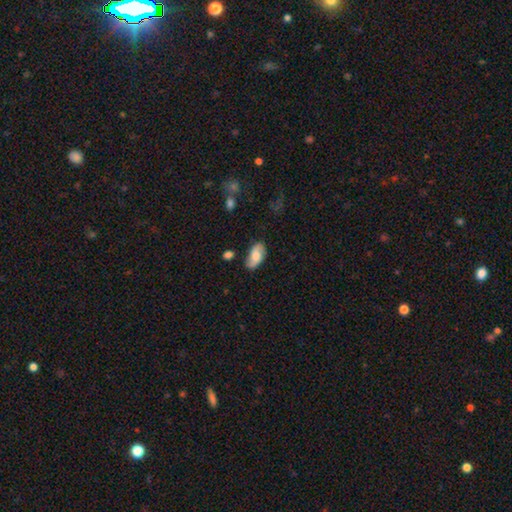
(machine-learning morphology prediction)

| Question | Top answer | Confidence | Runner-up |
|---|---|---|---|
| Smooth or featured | smooth | 55% | featured or disk (37%) |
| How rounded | in between | 92% | round (4%) |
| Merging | none | 75% | minor disturbance (18%) |